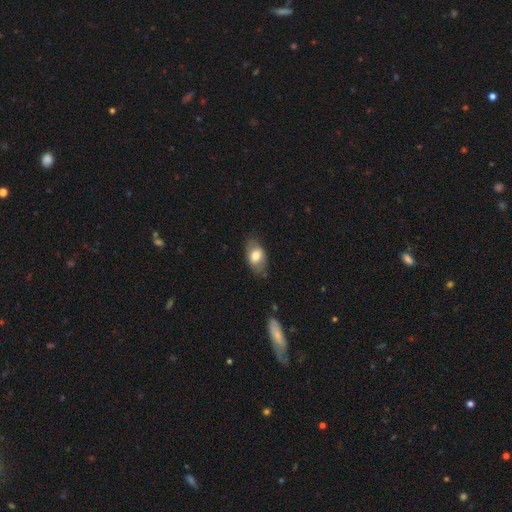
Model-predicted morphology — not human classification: Q: Smooth or featured?
A: smooth (72%); runner-up: featured or disk (21%)
Q: How rounded?
A: in between (90%); runner-up: round (8%)
Q: Merging?
A: none (74%); runner-up: minor disturbance (19%)